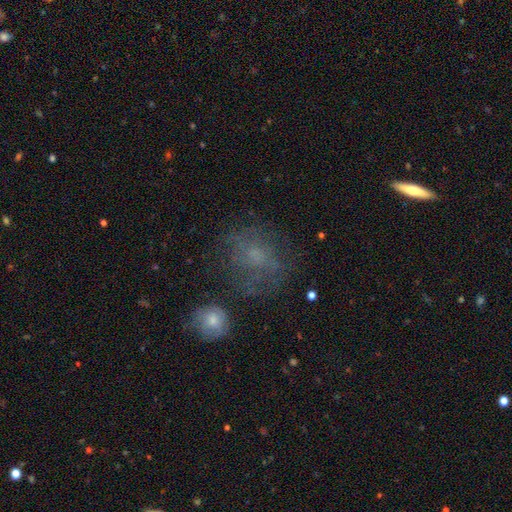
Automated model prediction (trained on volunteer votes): Morphology: type=smooth (45%); merging=none (60%).